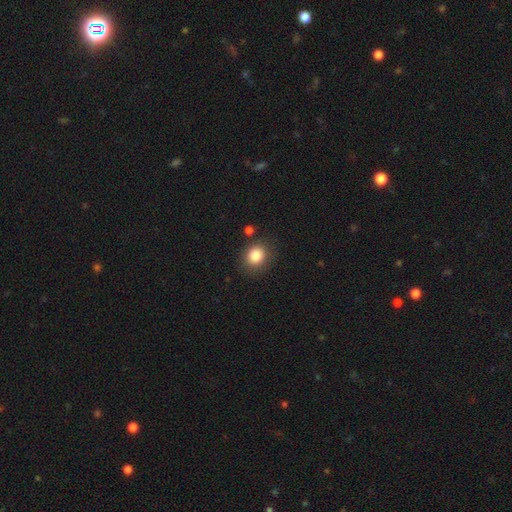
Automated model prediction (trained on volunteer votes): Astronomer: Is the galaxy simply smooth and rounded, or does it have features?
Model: smooth — 85%.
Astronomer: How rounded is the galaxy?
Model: round — 72%.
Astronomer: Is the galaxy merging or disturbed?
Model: none — 81%.